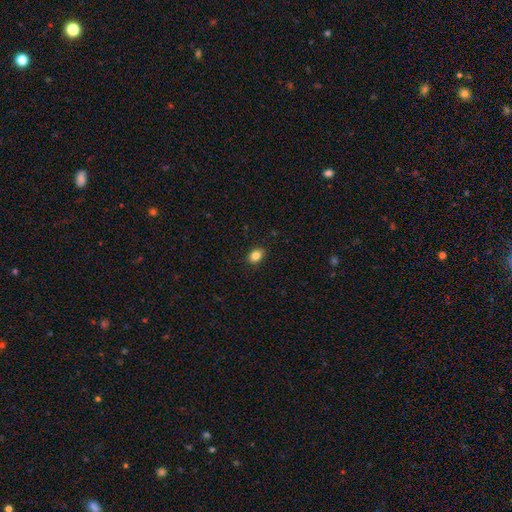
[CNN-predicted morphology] Smooth or featured: smooth — 85% (star or artifact — 10%)
How rounded: in between — 67% (round — 32%)
Merging: none — 89% (minor disturbance — 8%)